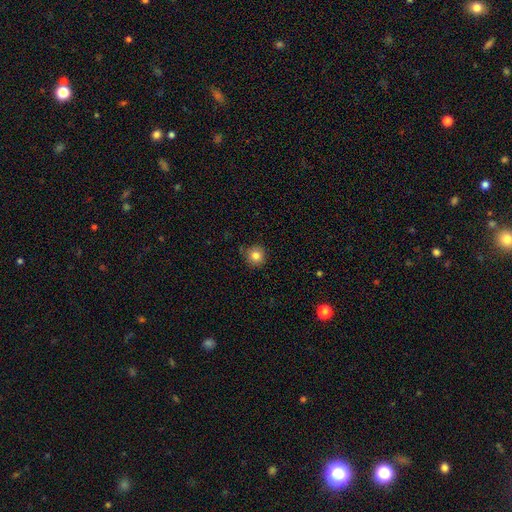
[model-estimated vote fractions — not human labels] Q: Smooth or featured?
A: smooth (82%); runner-up: star or artifact (11%)
Q: How rounded?
A: round (94%); runner-up: in between (5%)
Q: Merging?
A: none (84%); runner-up: minor disturbance (12%)